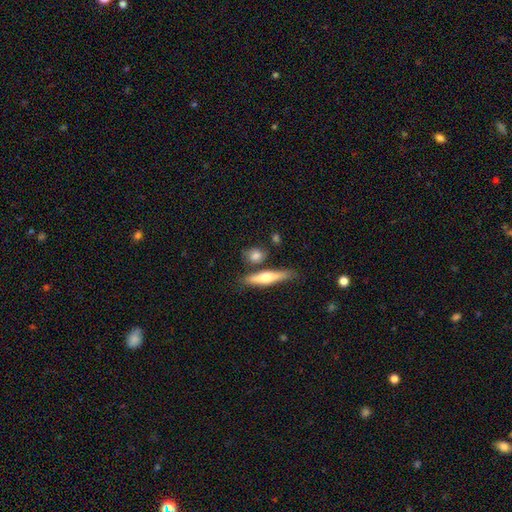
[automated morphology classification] type=smooth (74%); roundness=round (42%); merging=none (70%).